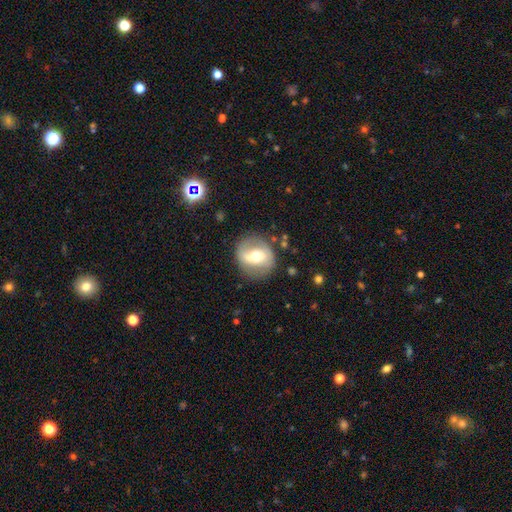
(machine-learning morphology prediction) The model was most divided on "bar": weak: 38%, strong: 37%, no: 24%. More confident: edge-on disk — no (93%); merging — none (80%); bulge size — moderate (70%); smooth or featured — featured or disk (55%); spiral arms — yes (51%).